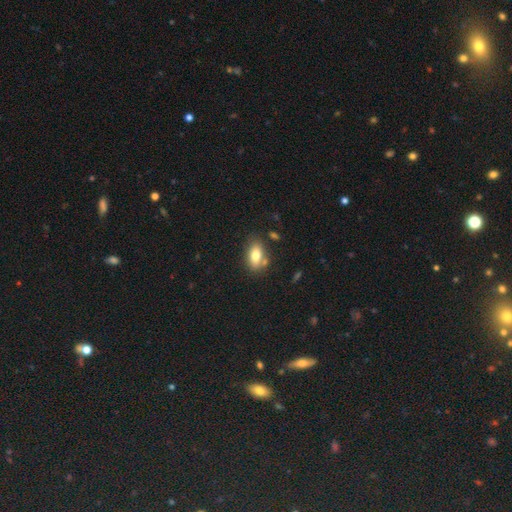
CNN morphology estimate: A smooth galaxy with no disk features (79%) that is in between round and cigar-shaped (88%).

Vote fractions:
- Smooth or featured? smooth: 79% / featured or disk: 12% / star or artifact: 8%
- How rounded? in between: 88% / round: 7% / cigar-shaped: 4%
- Merging? none: 71% / minor disturbance: 15% / merger: 11% / major disturbance: 4%